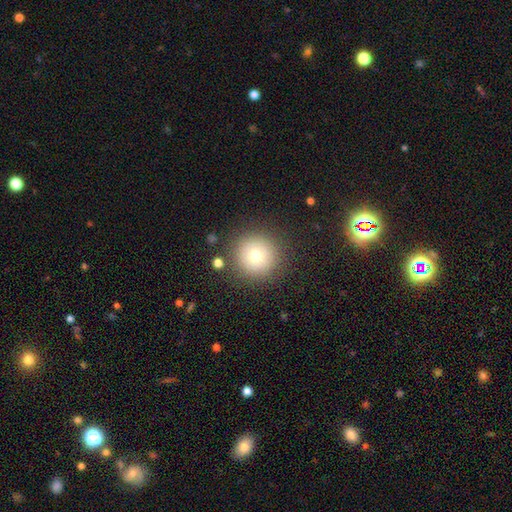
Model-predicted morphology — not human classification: Smooth or featured: smooth — 72% (star or artifact — 14%)
How rounded: round — 96% (in between — 3%)
Merging: none — 87% (minor disturbance — 7%)